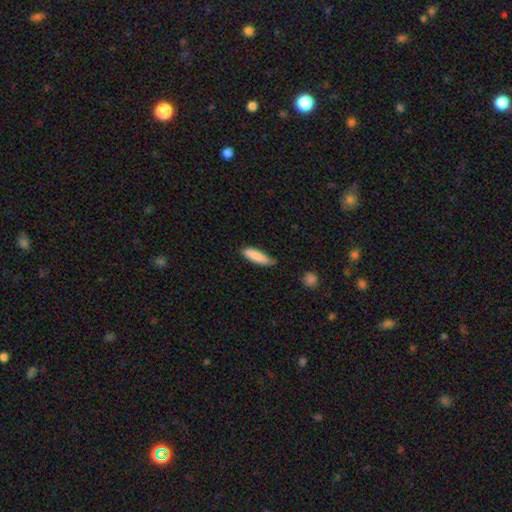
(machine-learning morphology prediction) This appears to be a smooth galaxy with no disk features (85%) that is cigar-shaped (60%). Merging: none (66%).